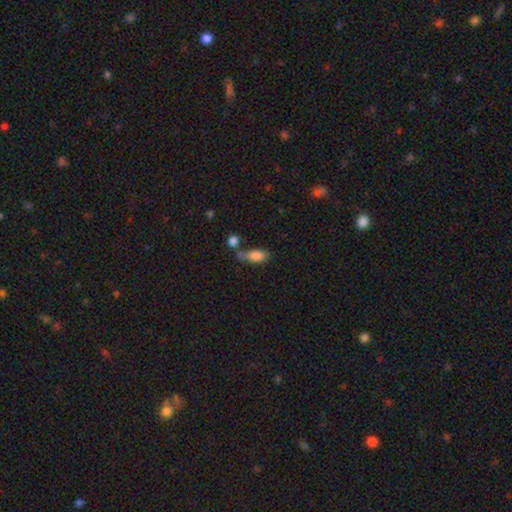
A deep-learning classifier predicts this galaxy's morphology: type=smooth (83%); roundness=in between (82%); merging=none (40%).